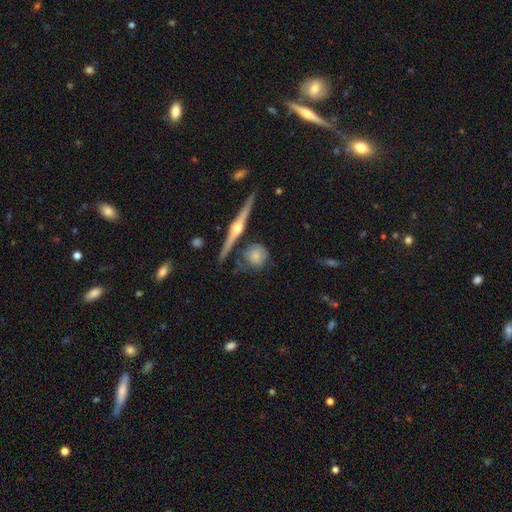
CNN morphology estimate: Smooth or featured? Predicted: smooth (p=0.58). How rounded? Predicted: round (p=0.83). Merging? Predicted: none (p=0.70).